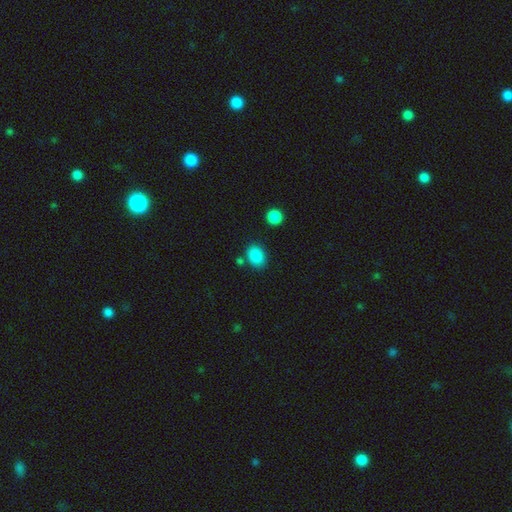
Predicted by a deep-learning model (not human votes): The model was most divided on "how rounded": in between: 72%, round: 27%, cigar-shaped: 1%. More confident: smooth or featured — smooth (87%); merging — none (78%).